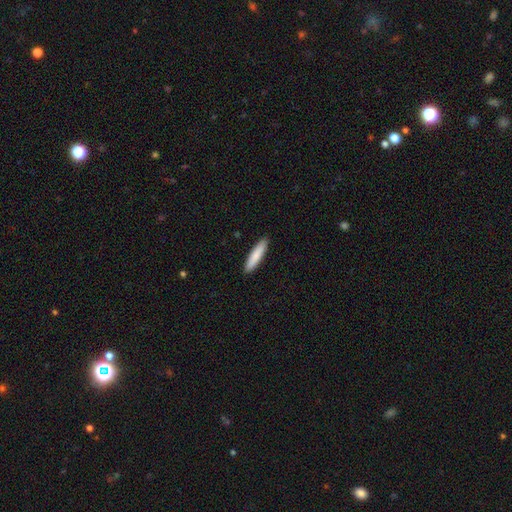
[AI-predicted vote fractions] smooth_or_featured: smooth (p=0.84) [alt: featured or disk p=0.11]
how_rounded: cigar-shaped (p=0.84) [alt: in between p=0.15]
merging: none (p=0.91) [alt: minor disturbance p=0.06]